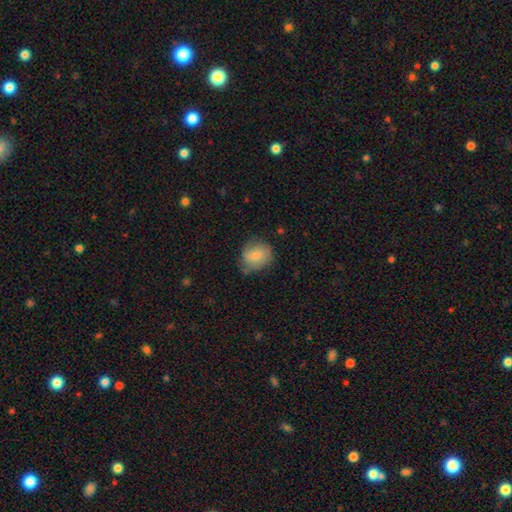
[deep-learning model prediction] The model was most divided on "merging": none: 58%, minor disturbance: 31%, major disturbance: 8%, merger: 2%. More confident: smooth or featured — smooth (72%); how rounded — round (69%).